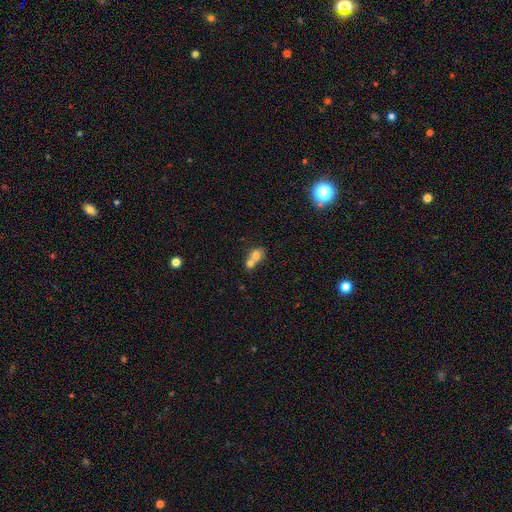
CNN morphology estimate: Smooth or featured: smooth — 69% (featured or disk — 21%)
How rounded: round — 53% (in between — 46%)
Merging: merger — 72% (none — 19%)